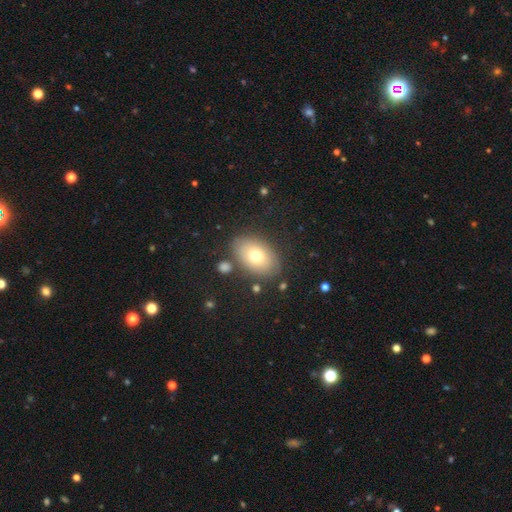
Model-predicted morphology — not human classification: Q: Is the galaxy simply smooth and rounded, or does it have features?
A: smooth — 70%.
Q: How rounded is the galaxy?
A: in between — 85%.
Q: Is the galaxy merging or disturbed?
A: none — 80%.